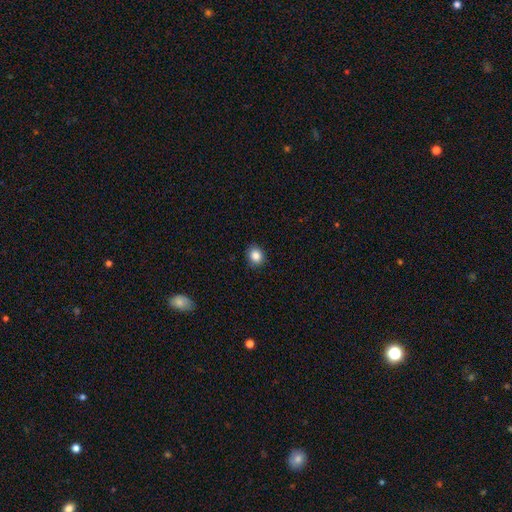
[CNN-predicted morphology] smooth 87%, star or artifact 9%, featured or disk 4%. Down the decision tree: how rounded — round (62%); merging — none (88%).